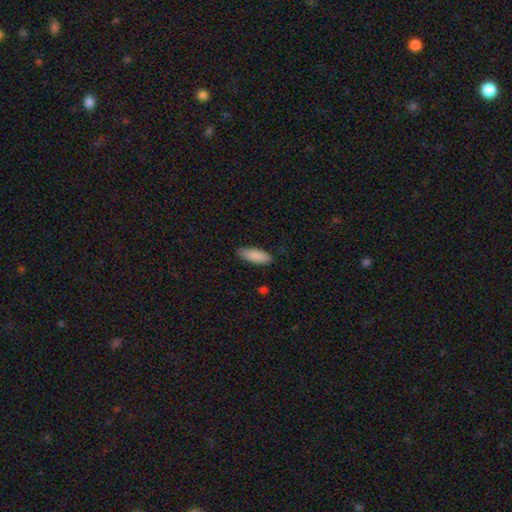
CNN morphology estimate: Smooth or featured: smooth — 88% (featured or disk — 7%)
How rounded: in between — 65% (cigar-shaped — 33%)
Merging: none — 85% (minor disturbance — 12%)